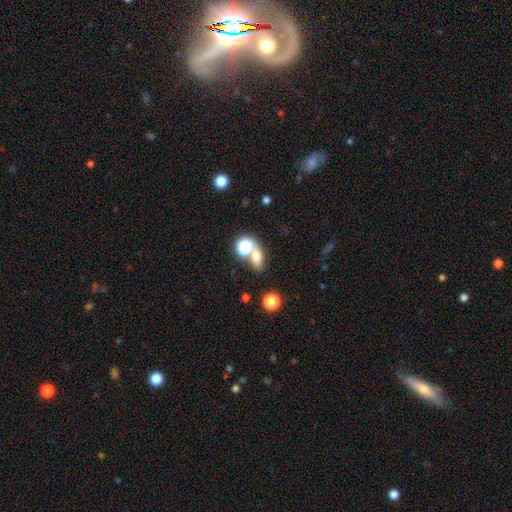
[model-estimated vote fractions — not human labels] Smooth or featured: smooth — 65% (star or artifact — 21%)
How rounded: in between — 58% (round — 35%)
Merging: none — 53% (merger — 32%)